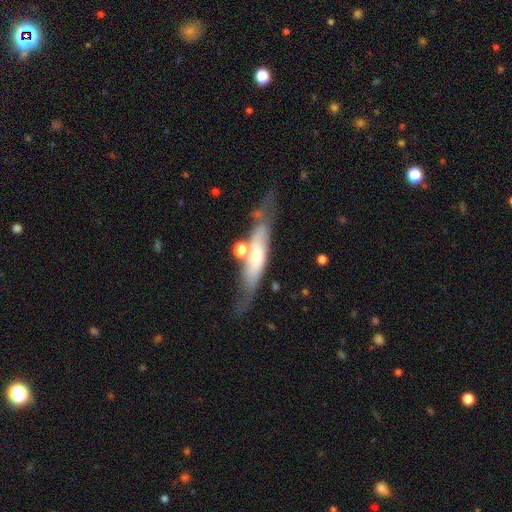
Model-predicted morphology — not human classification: smooth-or-featured: featured or disk: 53% | smooth: 40% | star or artifact: 7%
  disk-edge-on: yes: 59% | no: 41%
  merging: none: 54% | minor disturbance: 22% | merger: 13% | major disturbance: 11%